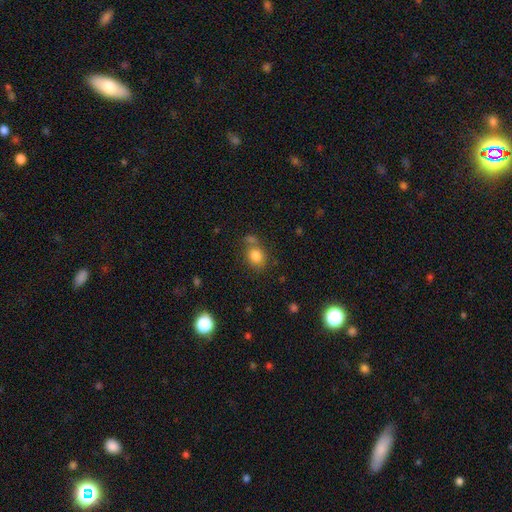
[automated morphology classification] type=smooth (81%); roundness=round (57%); merging=none (58%).